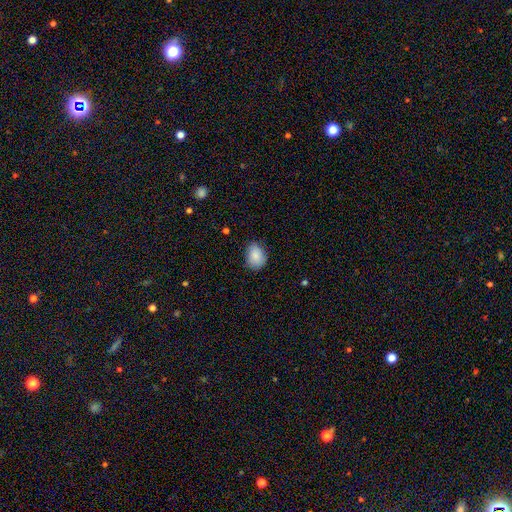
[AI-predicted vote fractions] Smooth or featured? smooth (86%)
How rounded? in between (63%)
Merging? none (74%)